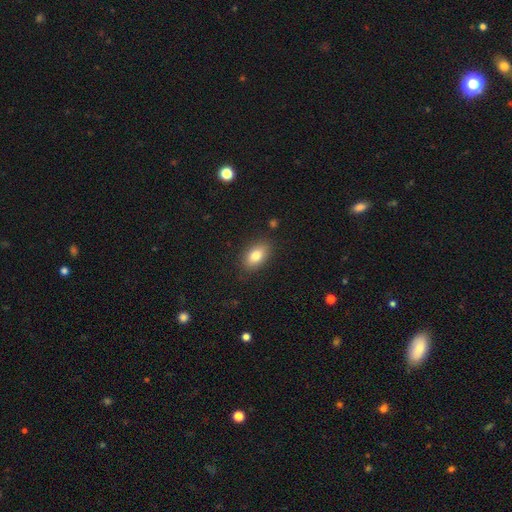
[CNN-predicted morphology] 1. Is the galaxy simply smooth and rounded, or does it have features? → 79% smooth, 13% featured or disk, 8% star or artifact.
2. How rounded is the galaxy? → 87% in between, 9% round, 4% cigar-shaped.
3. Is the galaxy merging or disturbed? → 85% none, 11% minor disturbance, 3% major disturbance, 1% merger.